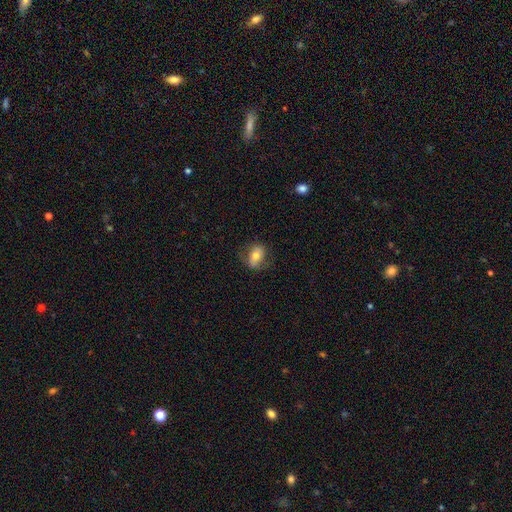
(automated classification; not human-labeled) A smooth galaxy with no disk features (65%) that is in between round and cigar-shaped (75%).

Vote fractions:
- Smooth or featured? smooth: 65% / featured or disk: 27% / star or artifact: 8%
- How rounded? in between: 75% / round: 23% / cigar-shaped: 2%
- Merging? none: 73% / minor disturbance: 18% / major disturbance: 7% / merger: 1%